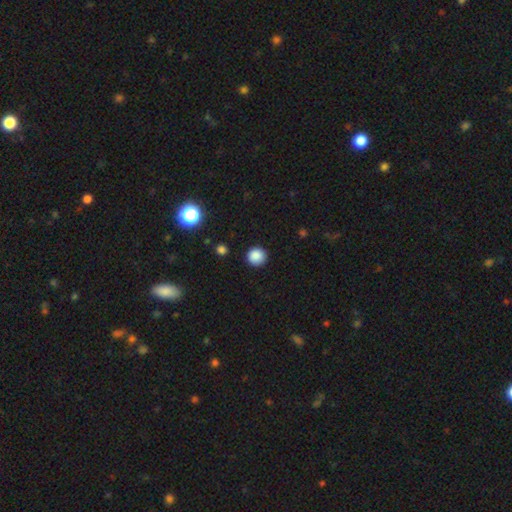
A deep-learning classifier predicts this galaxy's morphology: Q: Smooth or featured?
A: smooth (86%); runner-up: star or artifact (11%)
Q: How rounded?
A: round (93%); runner-up: in between (6%)
Q: Merging?
A: none (90%); runner-up: minor disturbance (6%)